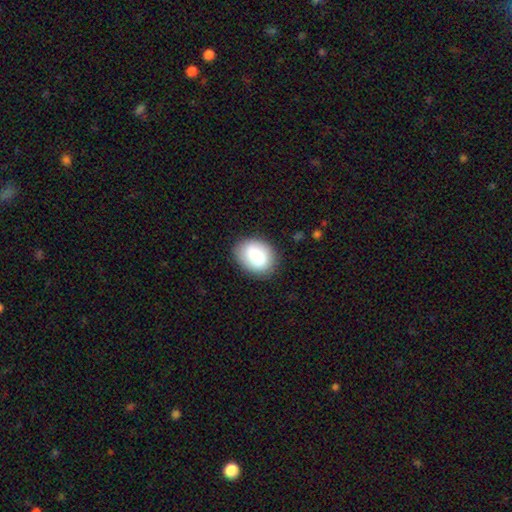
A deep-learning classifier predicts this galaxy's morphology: Q: Smooth or featured?
A: smooth (77%); runner-up: featured or disk (16%)
Q: How rounded?
A: in between (59%); runner-up: round (40%)
Q: Merging?
A: none (83%); runner-up: minor disturbance (12%)